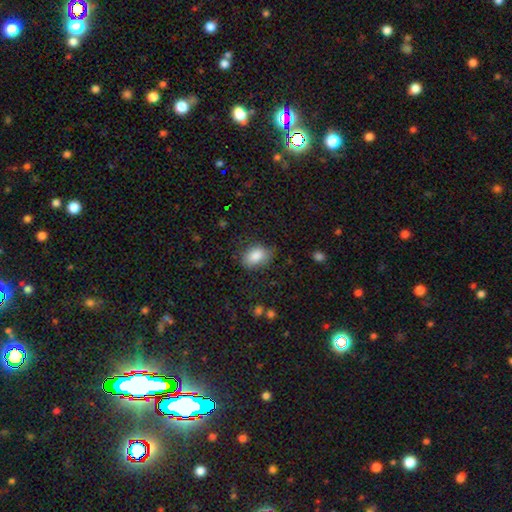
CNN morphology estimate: Smooth or featured? smooth (86%)
How rounded? in between (83%)
Merging? none (72%)